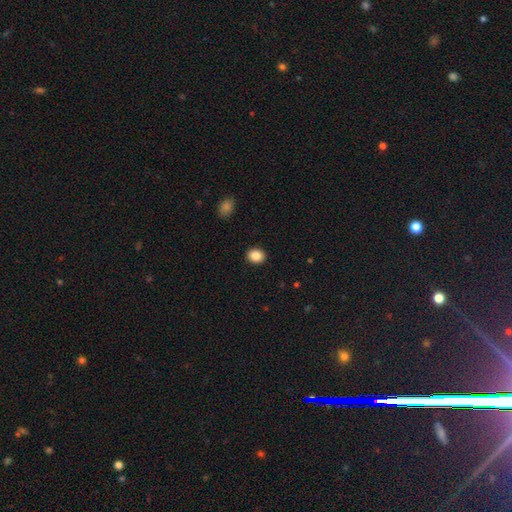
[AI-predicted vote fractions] smooth-or-featured: smooth: 86% | star or artifact: 9% | featured or disk: 5%
  how-rounded: round: 56% | in between: 43% | cigar-shaped: 1%
  merging: none: 91% | minor disturbance: 6% | major disturbance: 2% | merger: 1%